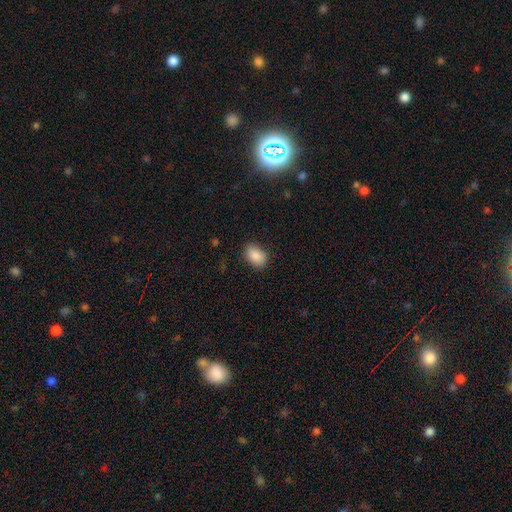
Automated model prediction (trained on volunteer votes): The model was most divided on "how rounded": in between: 82%, round: 17%, cigar-shaped: 1%. More confident: smooth or featured — smooth (88%); merging — none (83%).